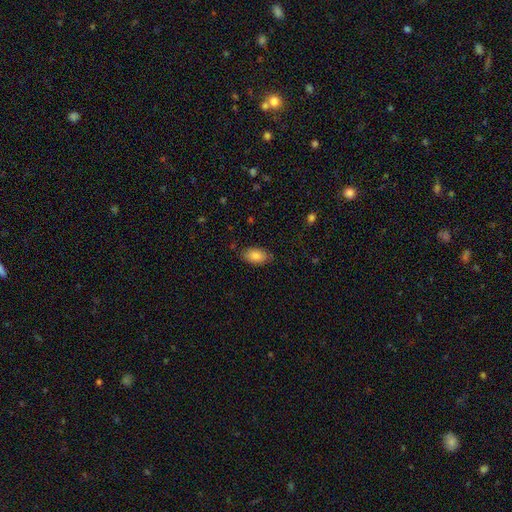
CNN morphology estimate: Smooth or featured: smooth — 85% (featured or disk — 8%)
How rounded: in between — 93% (round — 5%)
Merging: none — 80% (minor disturbance — 15%)